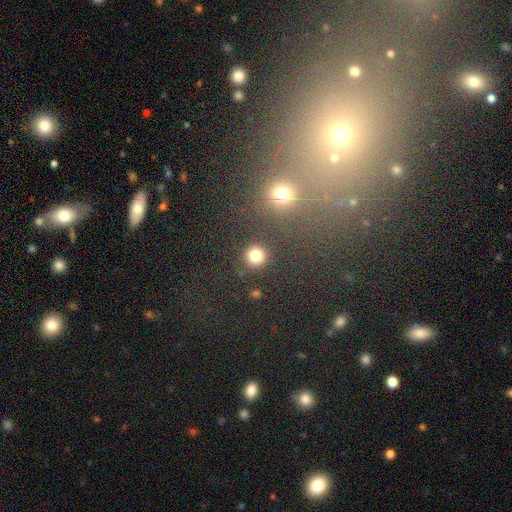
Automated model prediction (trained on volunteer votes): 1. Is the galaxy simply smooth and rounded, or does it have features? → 81% smooth, 14% star or artifact, 5% featured or disk.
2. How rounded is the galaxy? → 93% round, 6% in between, 1% cigar-shaped.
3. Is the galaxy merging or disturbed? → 88% none, 6% minor disturbance, 3% merger, 3% major disturbance.